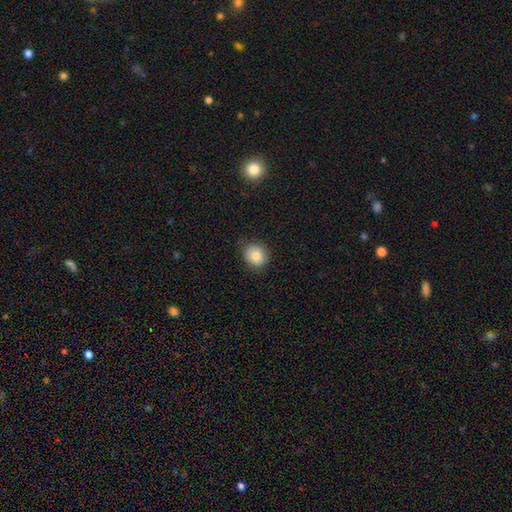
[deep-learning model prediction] Smooth or featured? smooth (82%)
How rounded? round (77%)
Merging? none (81%)